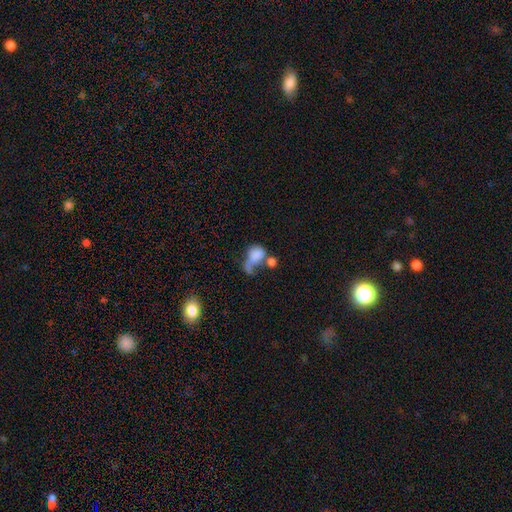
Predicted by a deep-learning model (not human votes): Q: Smooth or featured?
A: smooth (65%); runner-up: featured or disk (25%)
Q: How rounded?
A: in between (61%); runner-up: round (37%)
Q: Merging?
A: merger (38%); runner-up: major disturbance (34%)